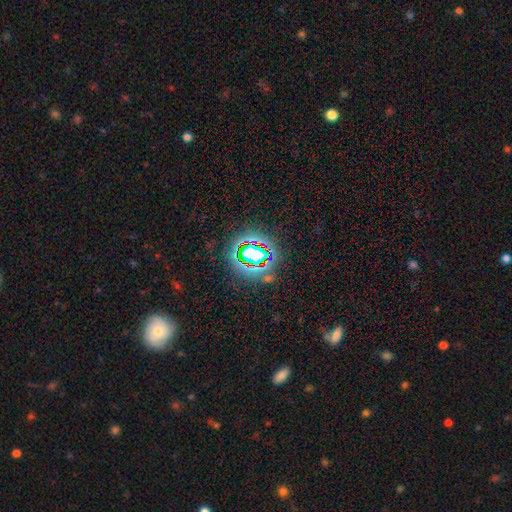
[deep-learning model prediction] Smooth or featured? star or artifact (64%)